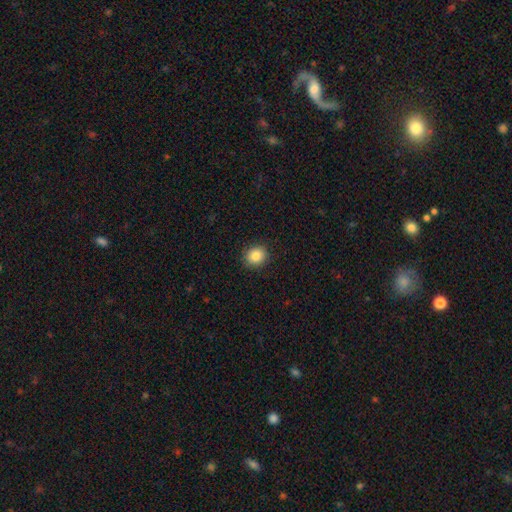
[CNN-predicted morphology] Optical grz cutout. It shows a smooth galaxy with no disk features (85%) that is round (79%). Merging: none (91%).